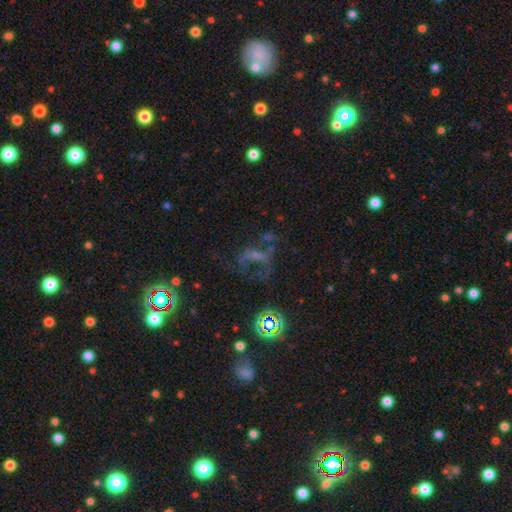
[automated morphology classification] The model was most divided on "smooth or featured": featured or disk: 40%, star or artifact: 39%, smooth: 21%. Remaining: merging — none (41%).